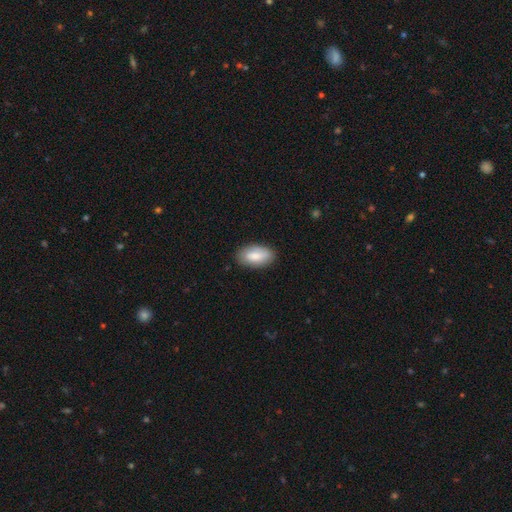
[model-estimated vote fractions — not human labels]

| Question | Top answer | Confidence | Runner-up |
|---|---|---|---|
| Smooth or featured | smooth | 80% | featured or disk (14%) |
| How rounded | in between | 94% | cigar-shaped (3%) |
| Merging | none | 84% | minor disturbance (12%) |